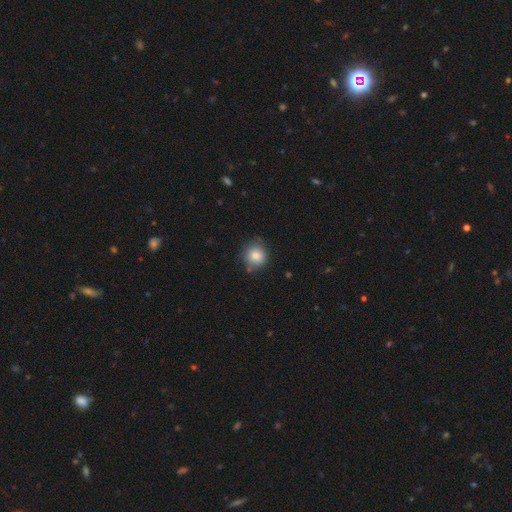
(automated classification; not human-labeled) Q: Smooth or featured?
A: smooth (84%); runner-up: star or artifact (9%)
Q: How rounded?
A: round (88%); runner-up: in between (11%)
Q: Merging?
A: none (79%); runner-up: minor disturbance (15%)